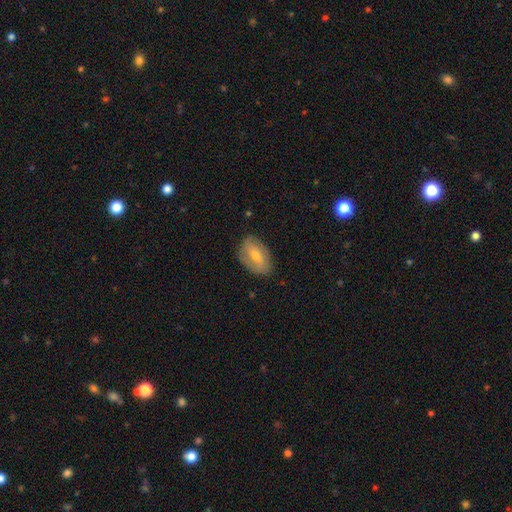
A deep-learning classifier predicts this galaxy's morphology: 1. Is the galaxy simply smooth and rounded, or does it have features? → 47% featured or disk, 45% smooth, 8% star or artifact.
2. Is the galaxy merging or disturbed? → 76% none, 18% minor disturbance, 4% major disturbance, 1% merger.